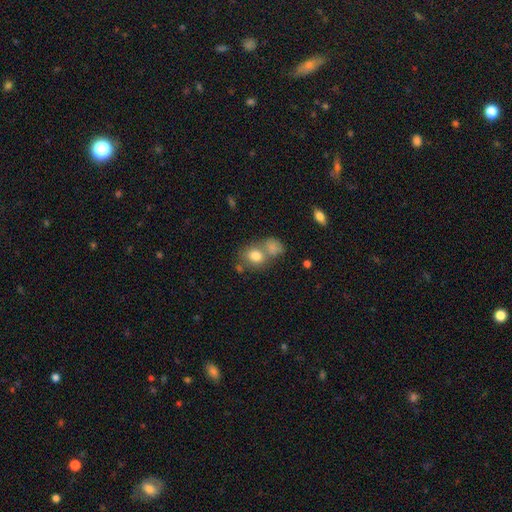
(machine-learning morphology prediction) The model was most divided on "merging": none: 43%, merger: 40%, minor disturbance: 11%, major disturbance: 5%. More confident: smooth or featured — smooth (79%); how rounded — round (56%).